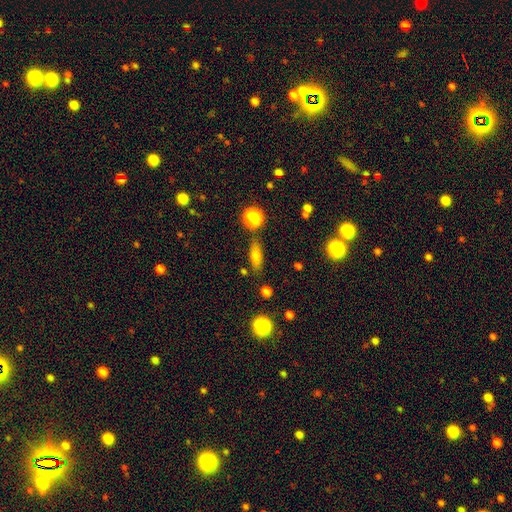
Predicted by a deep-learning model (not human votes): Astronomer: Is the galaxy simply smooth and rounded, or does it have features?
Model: smooth — 72%.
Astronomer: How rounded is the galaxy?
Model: in between — 57% (runner-up: cigar-shaped, 35%).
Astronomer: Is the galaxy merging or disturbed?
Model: none — 78%.